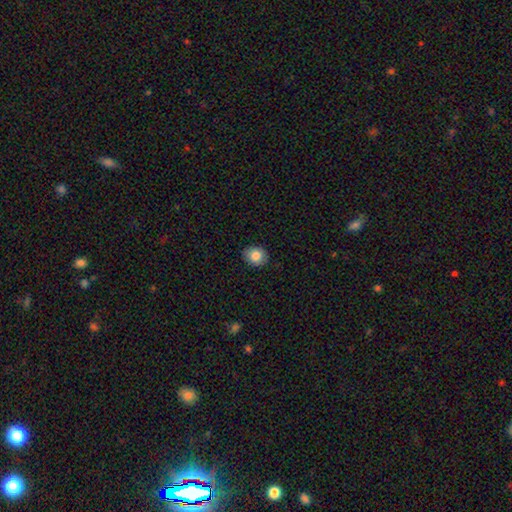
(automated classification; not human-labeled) Q: Smooth or featured?
A: smooth (84%); runner-up: star or artifact (9%)
Q: How rounded?
A: round (65%); runner-up: in between (35%)
Q: Merging?
A: none (87%); runner-up: minor disturbance (10%)